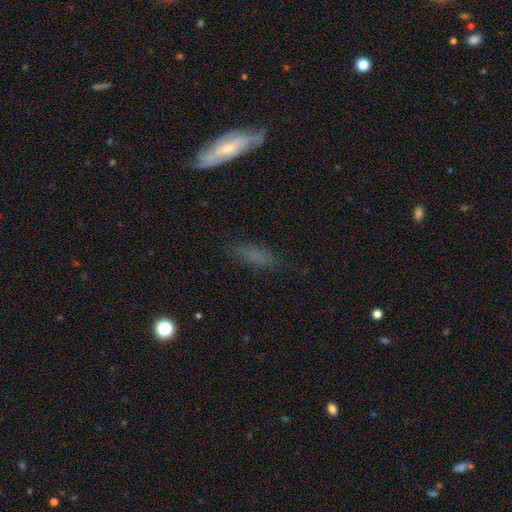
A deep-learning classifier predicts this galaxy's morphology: Smooth or featured? Predicted: smooth (p=0.62). How rounded? Predicted: cigar-shaped (p=0.52). Merging? Predicted: none (p=0.71).